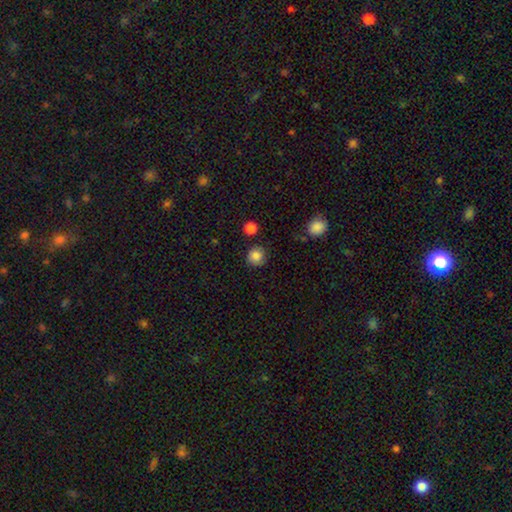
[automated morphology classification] The model was most divided on "merging": none: 81%, minor disturbance: 13%, major disturbance: 3%, merger: 2%. More confident: how rounded — round (90%); smooth or featured — smooth (83%).